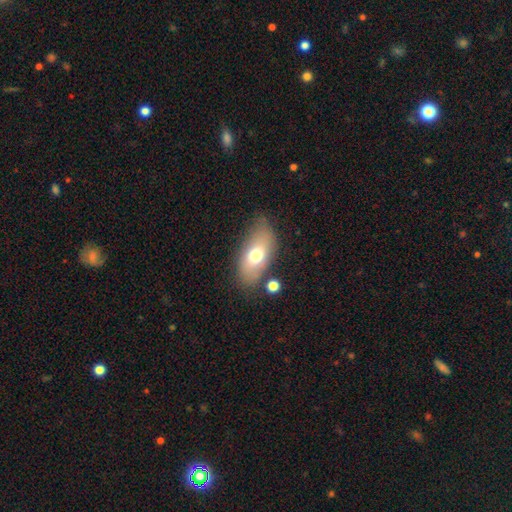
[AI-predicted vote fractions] This is likely a smooth galaxy (67%). How rounded: clearly in between (89%). Merging: likely none (70%).